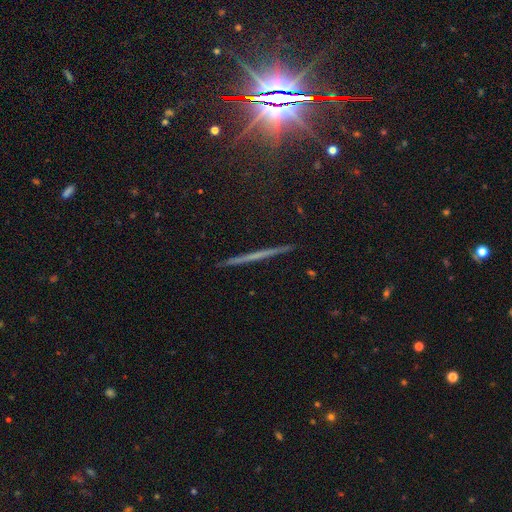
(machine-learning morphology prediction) The model was most divided on "smooth or featured": featured or disk: 59%, smooth: 24%, star or artifact: 16%. More confident: edge-on disk — yes (97%); merging — none (90%); edge-on bulge — none (73%).